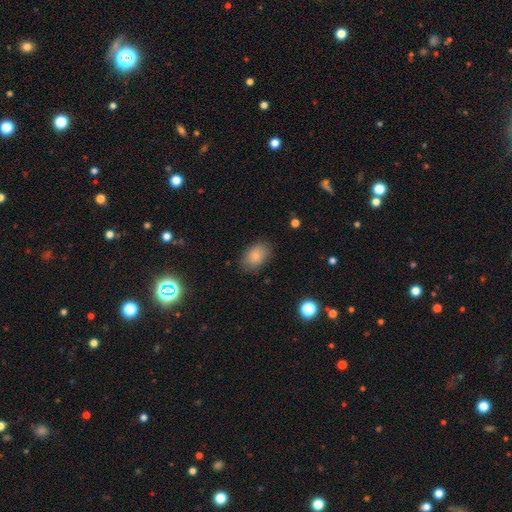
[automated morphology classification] smooth-or-featured: smooth: 82% | featured or disk: 9% | star or artifact: 9%
  how-rounded: in between: 84% | round: 15% | cigar-shaped: 1%
  merging: none: 83% | minor disturbance: 12% | major disturbance: 3% | merger: 1%